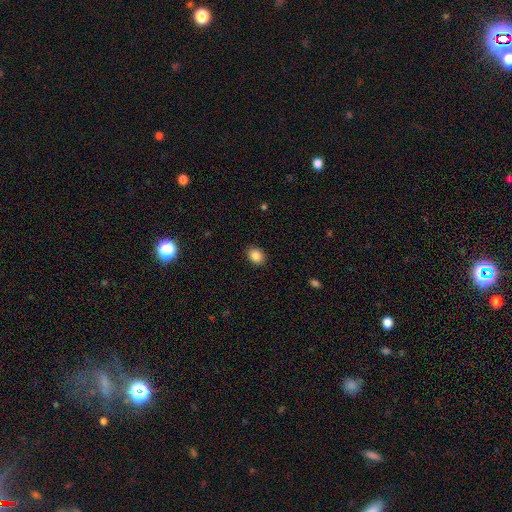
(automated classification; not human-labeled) smooth-or-featured: smooth: 86% | star or artifact: 9% | featured or disk: 5%
  how-rounded: in between: 55% | round: 44% | cigar-shaped: 1%
  merging: none: 90% | minor disturbance: 7% | major disturbance: 2% | merger: 1%